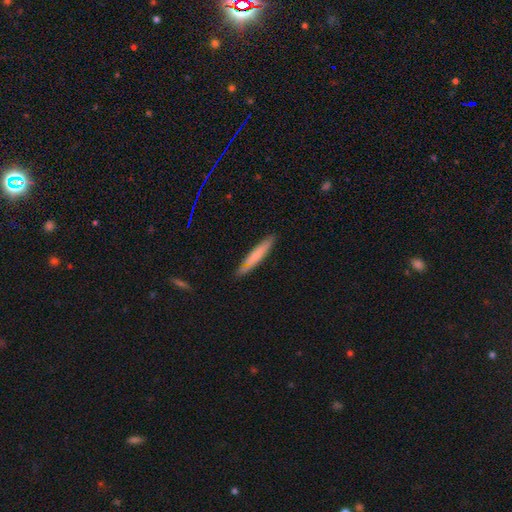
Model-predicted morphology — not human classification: Smooth or featured: smooth — 64% (featured or disk — 30%)
How rounded: cigar-shaped — 91% (in between — 8%)
Merging: none — 77% (minor disturbance — 17%)